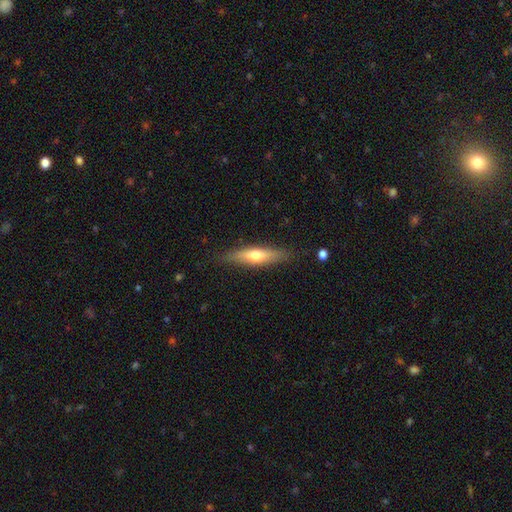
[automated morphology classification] Smooth or featured? Predicted: smooth (p=0.50). Merging? Predicted: none (p=0.84).